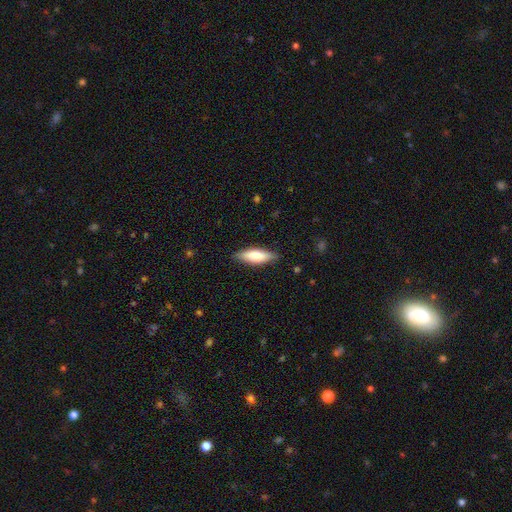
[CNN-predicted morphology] The model was most divided on "how rounded": in between: 52%, cigar-shaped: 47%, round: 2%. More confident: merging — none (86%); smooth or featured — smooth (66%).